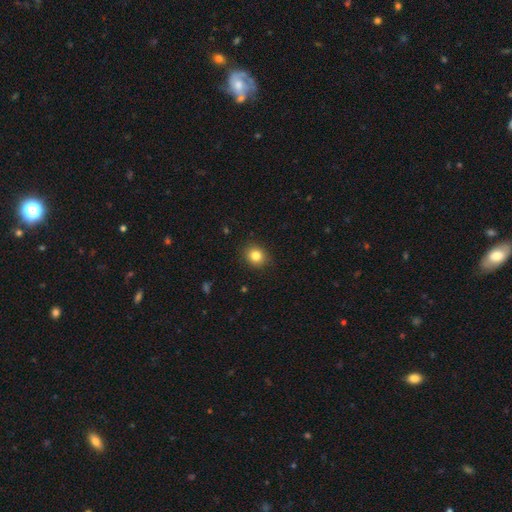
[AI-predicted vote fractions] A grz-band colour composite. It shows a smooth galaxy with no disk features (83%) that is round (73%). Merging: none (88%).